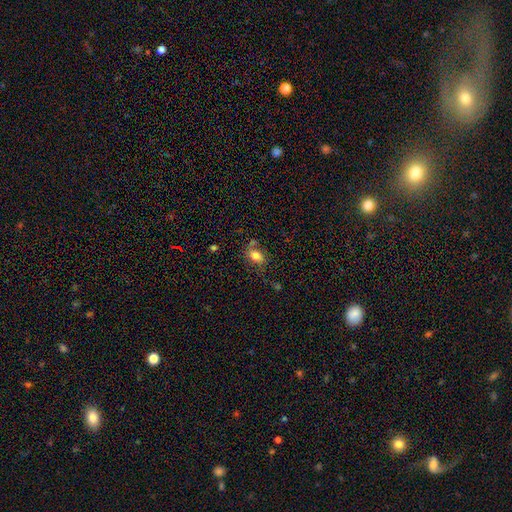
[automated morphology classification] This appears to be a smooth galaxy with no disk features (80%) that is in between round and cigar-shaped (75%). Merging: none (58%).